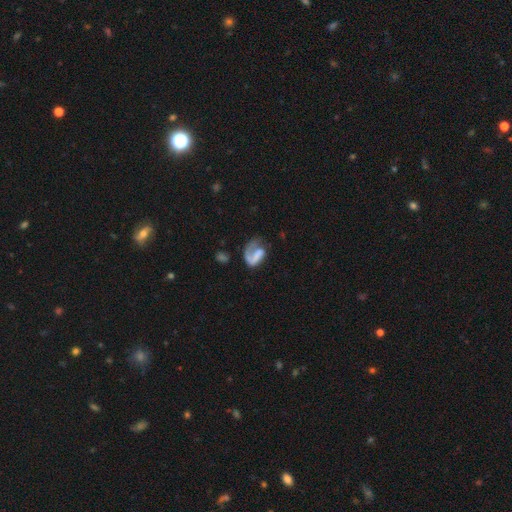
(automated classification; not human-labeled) This appears to be a featured or disk galaxy (61%) with no bar (50%), spiral arms (78%) and no central bulge (56%). Merging: major disturbance (43%).